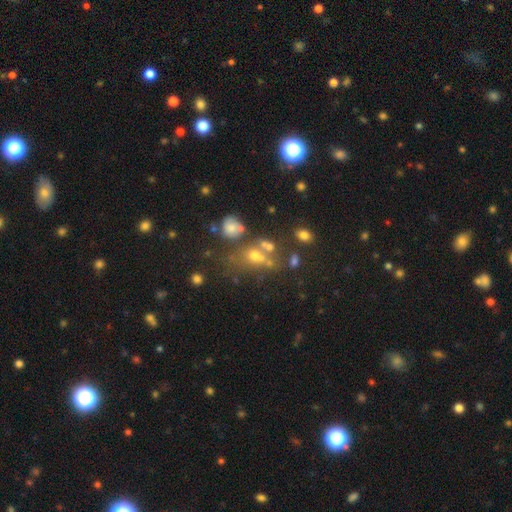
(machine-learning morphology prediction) A smooth galaxy with no disk features (48%). Merging: none (41%).